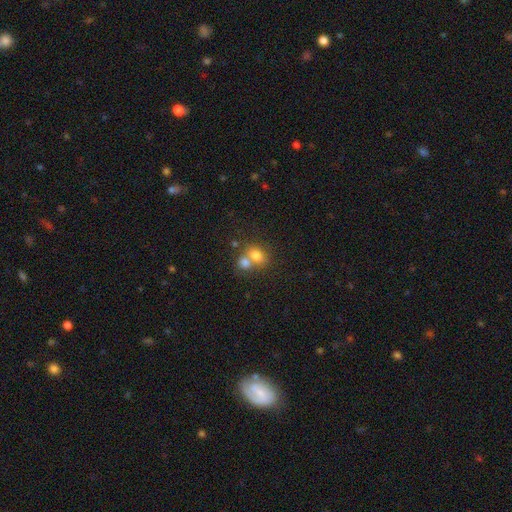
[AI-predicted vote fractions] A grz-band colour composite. It shows a smooth galaxy with no disk features (76%) that is in between round and cigar-shaped (57%). Merging: merger (55%).